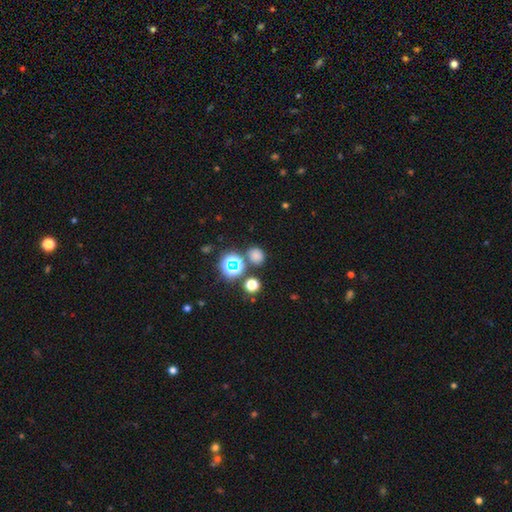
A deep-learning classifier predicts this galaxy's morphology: A smooth galaxy with no disk features (70%) that is round (75%).

Vote fractions:
- Smooth or featured? smooth: 70% / star or artifact: 25% / featured or disk: 5%
- How rounded? round: 75% / in between: 24% / cigar-shaped: 1%
- Merging? none: 78% / merger: 9% / minor disturbance: 9% / major disturbance: 4%